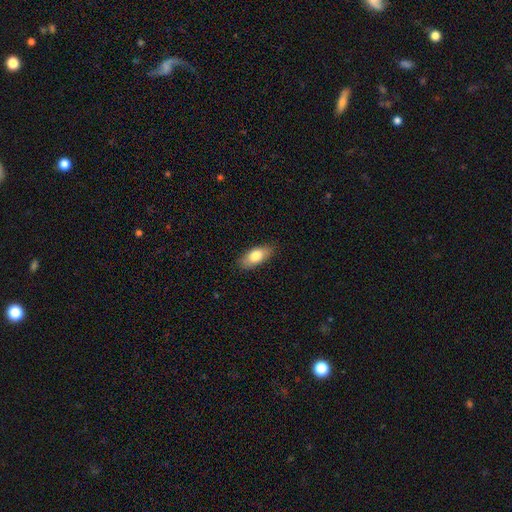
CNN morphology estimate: Smooth or featured? Predicted: smooth (p=0.78). How rounded? Predicted: in between (p=0.86). Merging? Predicted: none (p=0.85).